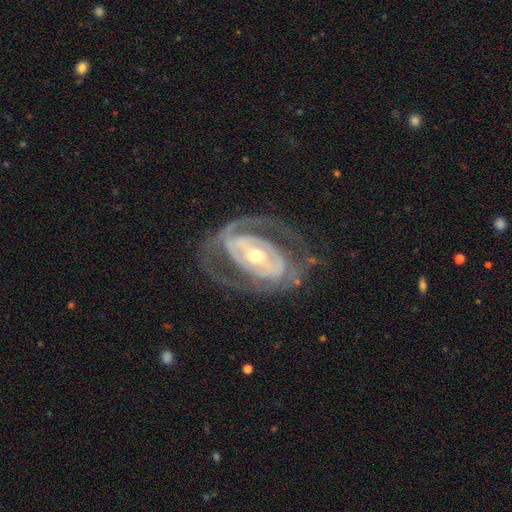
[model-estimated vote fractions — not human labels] Smooth or featured?
  - featured or disk: 87% *
  - smooth: 8%
  - star or artifact: 5%
Edge-on disk?
  - no: 95% *
  - yes: 5%
Bar?
  - strong: 35% *
  - no: 34%
  - weak: 31%
Spiral arms?
  - yes: 85% *
  - no: 15%
Spiral winding?
  - tight: 49% *
  - medium: 38%
  - loose: 13%
Spiral arm count?
  - 2: 67% *
  - can't tell: 16%
  - 3: 7%
  - 1: 5%
  - 4: 2%
  - more than 4: 2%
Bulge size?
  - moderate: 57% *
  - small: 36%
  - large: 5%
  - dominant: 1%
  - none: 1%
Merging?
  - none: 66% *
  - major disturbance: 16%
  - minor disturbance: 16%
  - merger: 1%